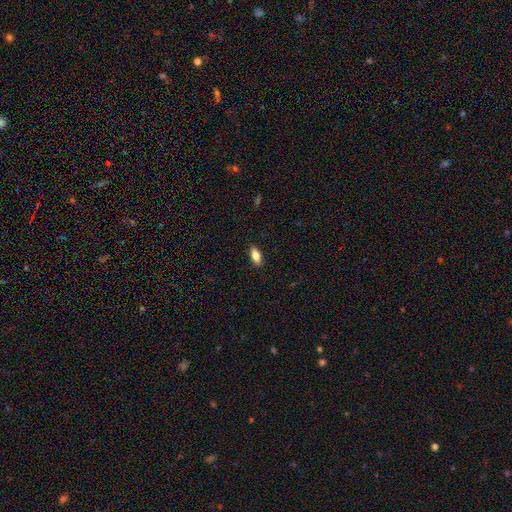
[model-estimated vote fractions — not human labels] Smooth or featured? smooth (81%)
How rounded? in between (82%)
Merging? none (88%)